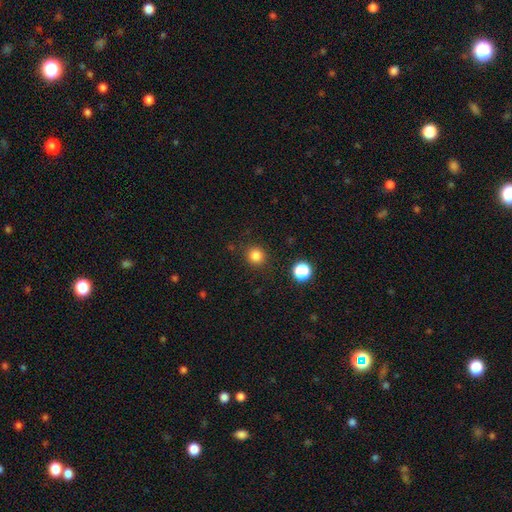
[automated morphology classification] Smooth or featured?
  - smooth: 83% *
  - star or artifact: 13%
  - featured or disk: 4%
How rounded?
  - round: 91% *
  - in between: 8%
  - cigar-shaped: 1%
Merging?
  - none: 89% *
  - minor disturbance: 7%
  - major disturbance: 3%
  - merger: 2%